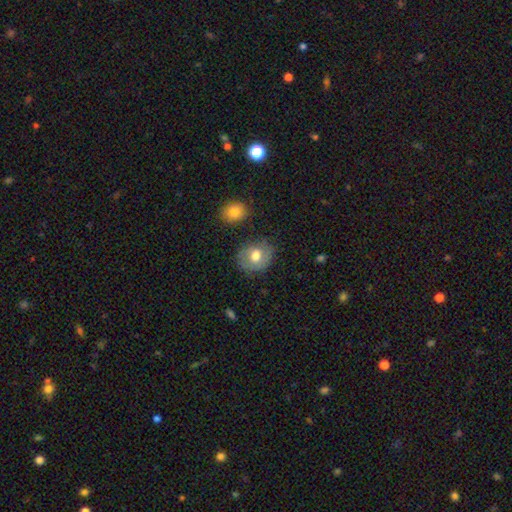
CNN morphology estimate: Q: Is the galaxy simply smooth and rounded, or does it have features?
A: smooth — 69%.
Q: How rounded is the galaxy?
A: round — 63%.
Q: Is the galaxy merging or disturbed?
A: none — 72%.